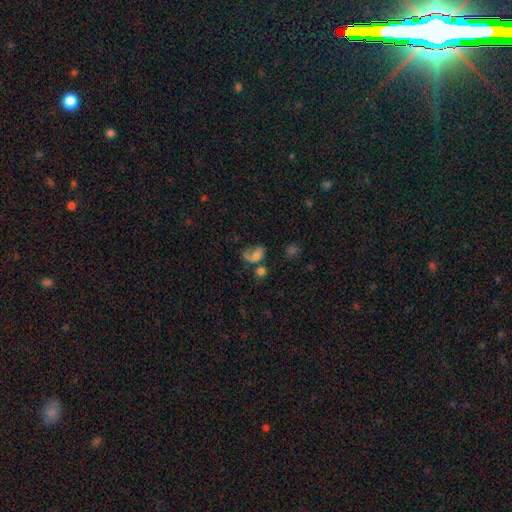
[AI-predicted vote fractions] smooth-or-featured: smooth: 52% | featured or disk: 34% | star or artifact: 14%
  how-rounded: in between: 73% | round: 24% | cigar-shaped: 2%
  merging: major disturbance: 33% | none: 28% | merger: 21% | minor disturbance: 18%